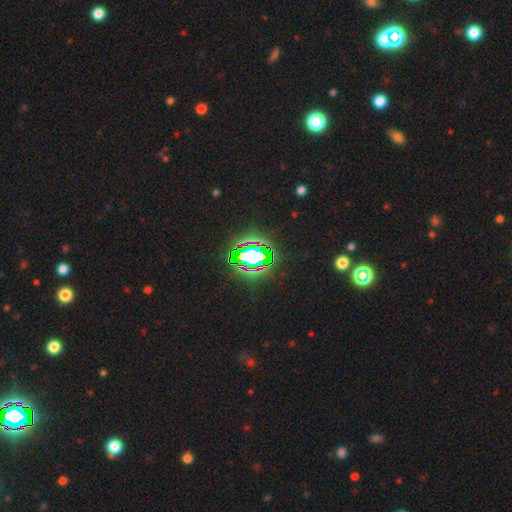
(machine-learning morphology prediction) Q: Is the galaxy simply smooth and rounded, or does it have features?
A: star or artifact — 78%.